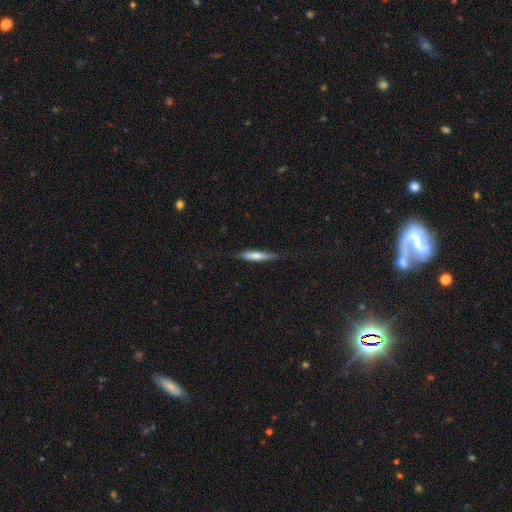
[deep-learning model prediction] Overall: smooth (63%; featured or disk 32%). How rounded: cigar-shaped (90%). Merging: none (77%).